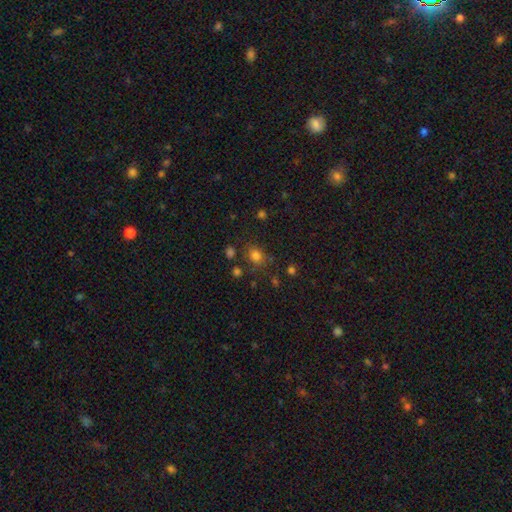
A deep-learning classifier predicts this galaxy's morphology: Q: Smooth or featured?
A: smooth (77%); runner-up: star or artifact (16%)
Q: How rounded?
A: round (62%); runner-up: in between (37%)
Q: Merging?
A: none (73%); runner-up: minor disturbance (15%)